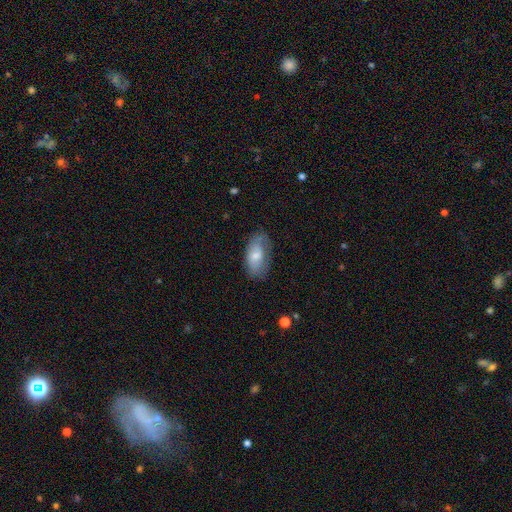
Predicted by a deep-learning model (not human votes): A smooth galaxy with no disk features (66%) that is in between round and cigar-shaped (93%). Merging: none (62%).